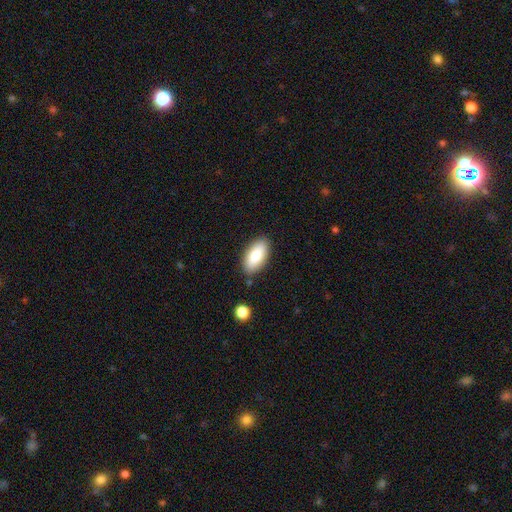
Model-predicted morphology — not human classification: Smooth or featured? smooth (84%)
How rounded? in between (91%)
Merging? none (85%)